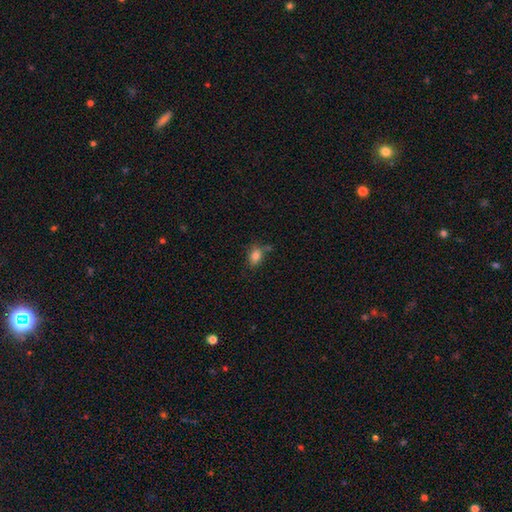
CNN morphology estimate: A smooth galaxy with no disk features (82%) that is in between round and cigar-shaped (79%). Merging: none (63%).